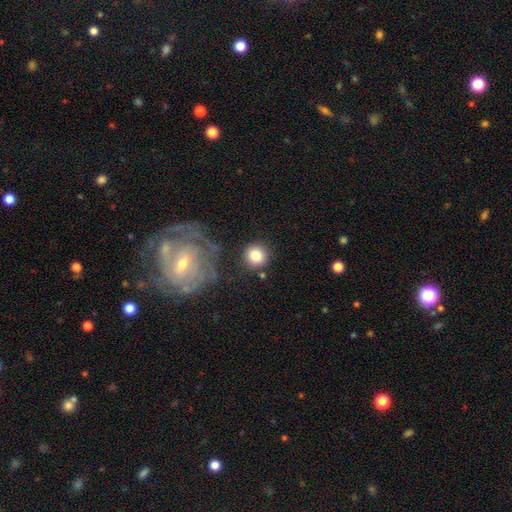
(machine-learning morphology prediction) The model was most divided on "merging": none: 81%, minor disturbance: 9%, merger: 6%, major disturbance: 4%. More confident: how rounded — round (92%); smooth or featured — smooth (82%).